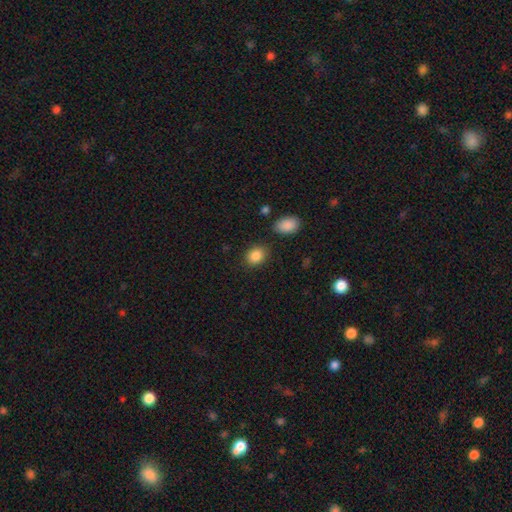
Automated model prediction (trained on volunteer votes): A smooth galaxy with no disk features (87%) that is in between round and cigar-shaped (56%). Merging: none (82%).